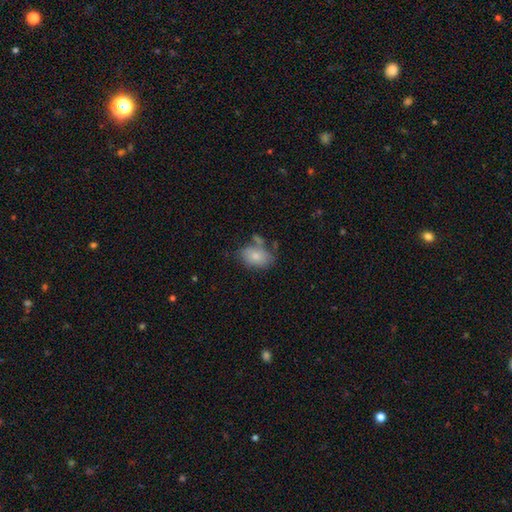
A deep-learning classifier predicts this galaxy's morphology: Smooth or featured? Predicted: smooth (p=0.79). How rounded? Predicted: in between (p=0.87). Merging? Predicted: none (p=0.55).